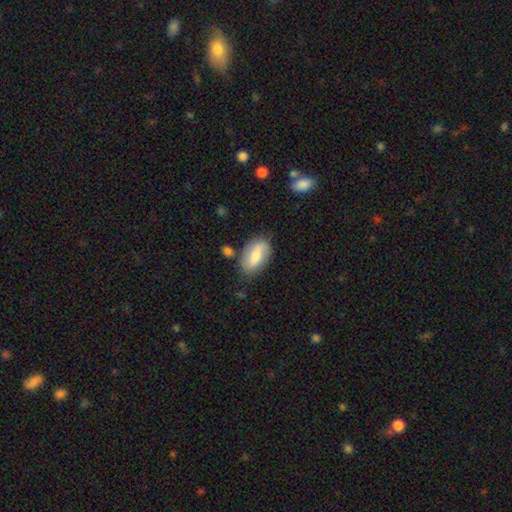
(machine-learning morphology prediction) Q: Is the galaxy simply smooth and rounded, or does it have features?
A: smooth — 62%.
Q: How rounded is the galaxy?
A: in between — 90%.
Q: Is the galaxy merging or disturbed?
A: none — 74%.